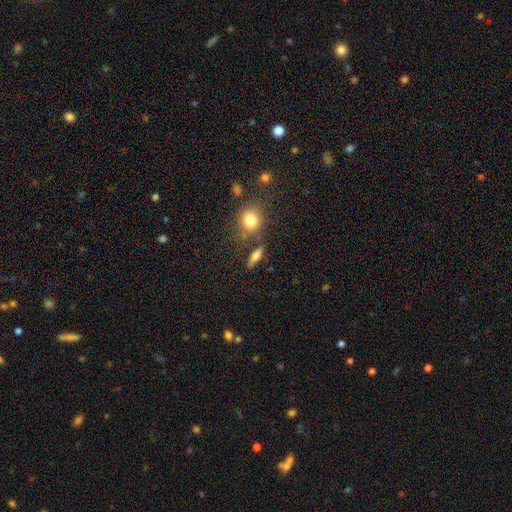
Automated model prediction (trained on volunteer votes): Q: Smooth or featured?
A: smooth (59%); runner-up: featured or disk (30%)
Q: How rounded?
A: cigar-shaped (49%); runner-up: in between (36%)
Q: Merging?
A: none (74%); runner-up: minor disturbance (13%)